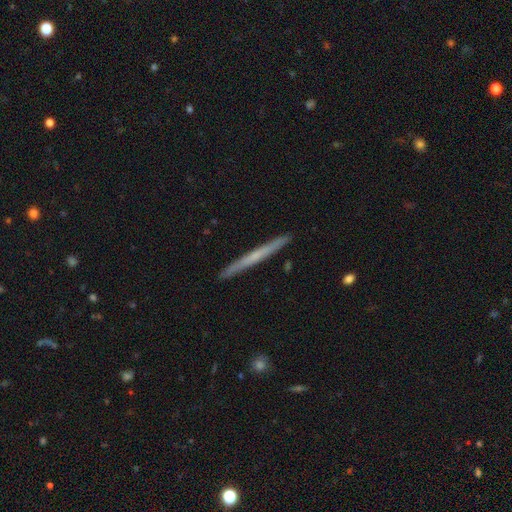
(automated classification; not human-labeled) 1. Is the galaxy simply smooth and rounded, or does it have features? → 53% featured or disk, 42% smooth, 6% star or artifact.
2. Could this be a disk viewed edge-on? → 97% yes, 3% no.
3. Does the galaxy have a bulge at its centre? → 76% none, 20% rounded, 4% boxy.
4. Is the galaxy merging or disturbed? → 92% none, 5% minor disturbance, 1% major disturbance, 1% merger.